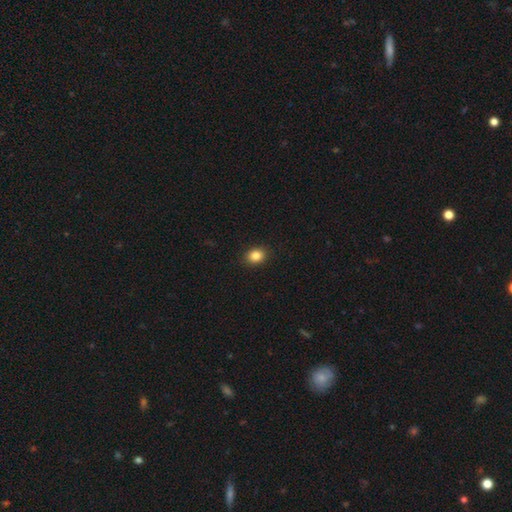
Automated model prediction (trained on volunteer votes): Overall: smooth (85%). How rounded: in between (51%; round 48%). Merging: none (90%).